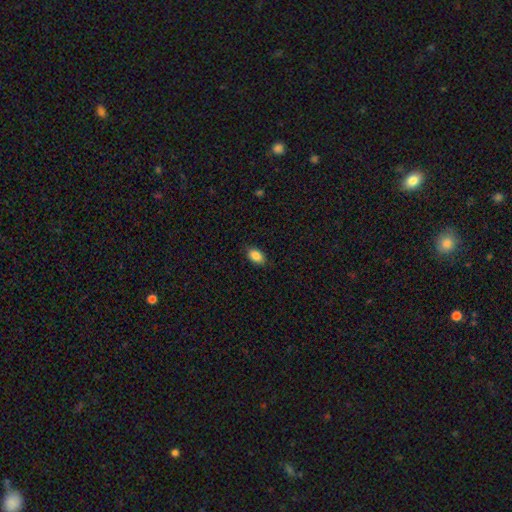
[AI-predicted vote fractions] smooth 87%, star or artifact 8%, featured or disk 5%. Down the decision tree: how rounded — in between (89%); merging — none (86%).